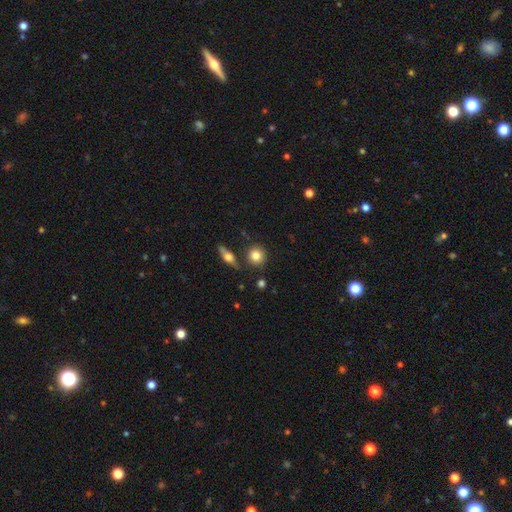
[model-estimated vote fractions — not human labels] Smooth or featured: smooth — 80% (featured or disk — 11%)
How rounded: round — 88% (in between — 10%)
Merging: none — 81% (minor disturbance — 9%)